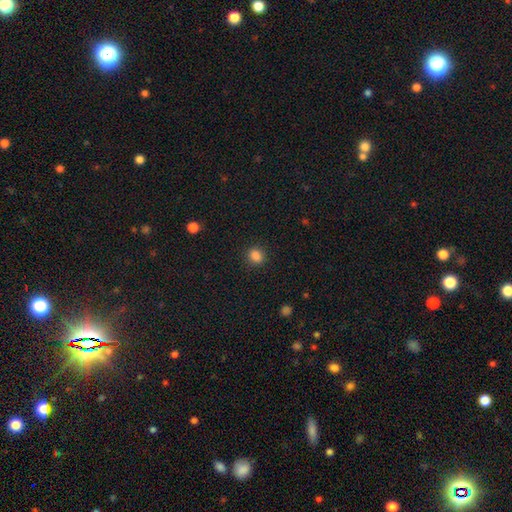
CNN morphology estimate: The model was most divided on "how rounded": round: 58%, in between: 41%, cigar-shaped: 1%. More confident: merging — none (87%); smooth or featured — smooth (85%).